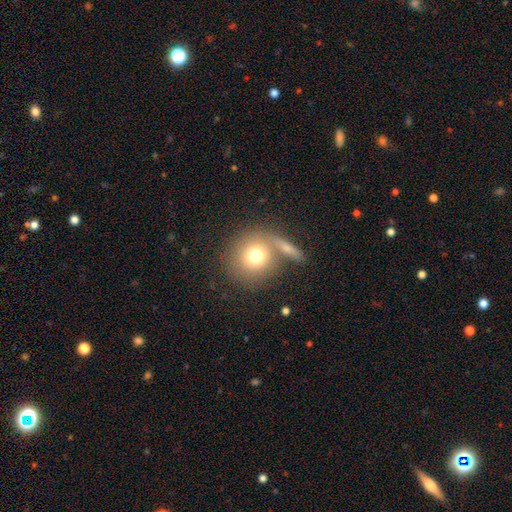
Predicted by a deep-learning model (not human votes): A smooth galaxy with no disk features (72%) that is round (88%). Merging: none (62%).